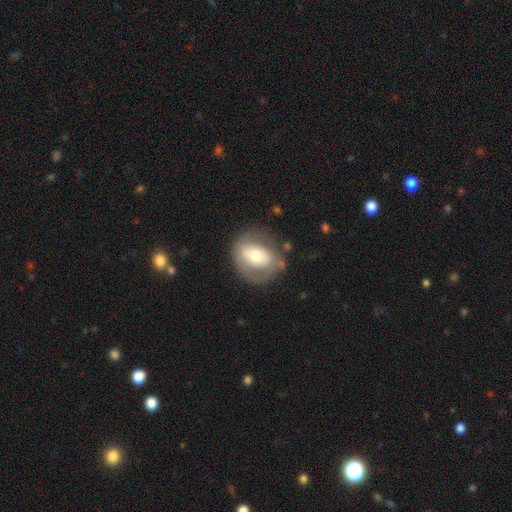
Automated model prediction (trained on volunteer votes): Overall: featured or disk (48%; smooth 46%). Merging: none (64%).